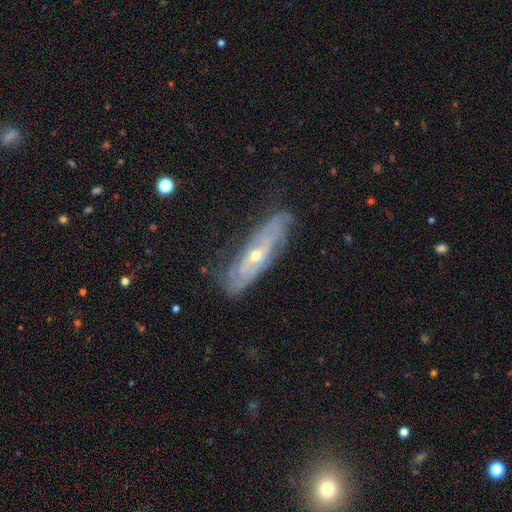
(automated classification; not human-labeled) smooth-or-featured: featured or disk: 78% | smooth: 16% | star or artifact: 6%
  disk-edge-on: no: 73% | yes: 27%
    bar: no: 71% | weak: 21% | strong: 8%
    has-spiral-arms: yes: 77% | no: 23%
    bulge-size: moderate: 52% | small: 45% | large: 2% | none: 1% | dominant: 1%
  merging: none: 70% | minor disturbance: 21% | major disturbance: 7% | merger: 2%